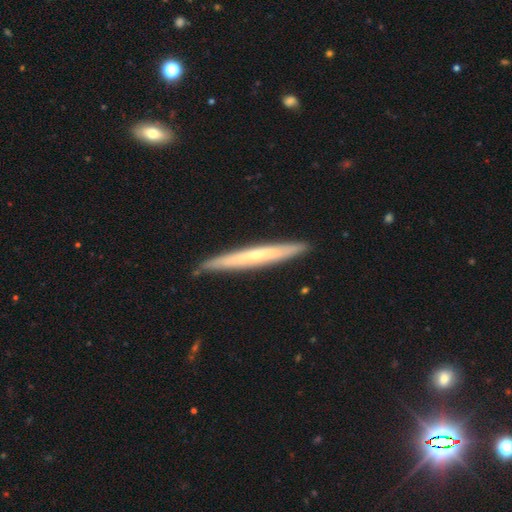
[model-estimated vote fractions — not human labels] This appears to be a featured or disk galaxy (56%) viewed edge-on (93%) with no central bulge (52%). Merging: none (88%).